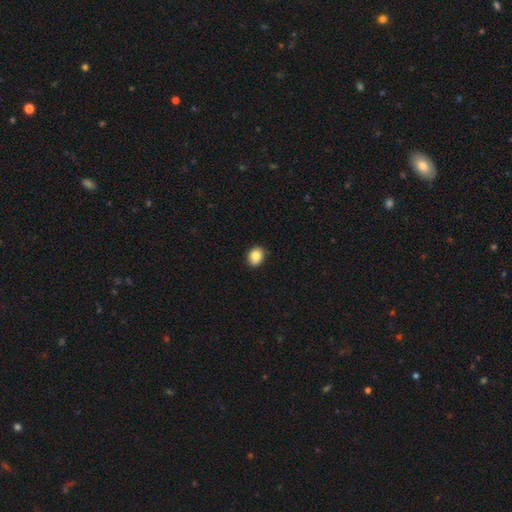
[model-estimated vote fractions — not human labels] Smooth or featured? smooth (83%)
How rounded? round (51%)
Merging? none (86%)